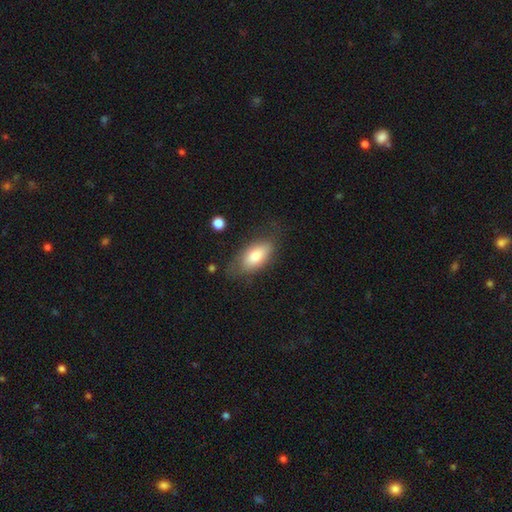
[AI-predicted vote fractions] This appears to be a smooth galaxy with no disk features (75%) that is in between round and cigar-shaped (89%). Merging: none (65%).